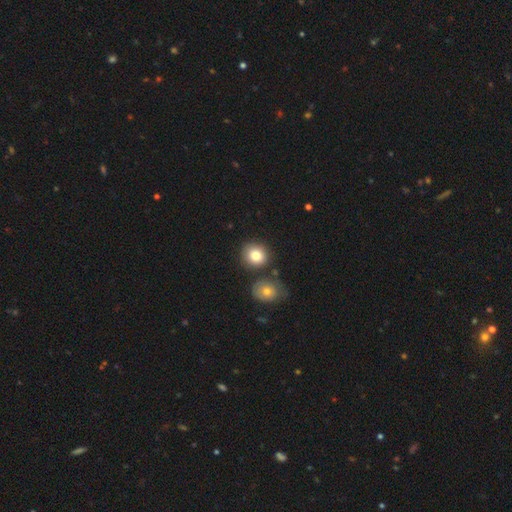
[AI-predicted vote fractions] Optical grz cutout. It shows a smooth galaxy with no disk features (81%) that is round (79%). Merging: none (75%).